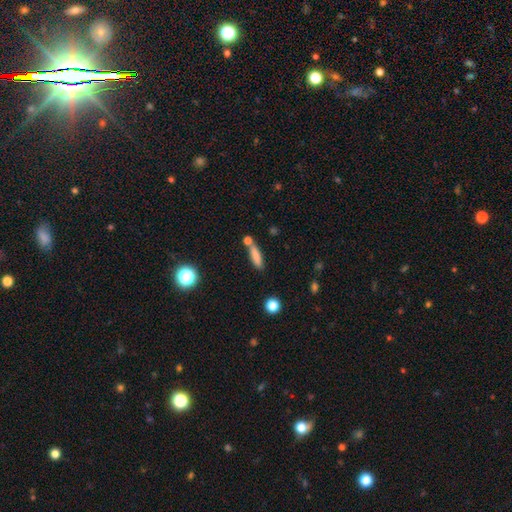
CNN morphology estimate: smooth-or-featured: smooth: 79% | featured or disk: 11% | star or artifact: 10%
  how-rounded: cigar-shaped: 70% | in between: 27% | round: 3%
  merging: none: 65% | merger: 18% | minor disturbance: 13% | major disturbance: 4%